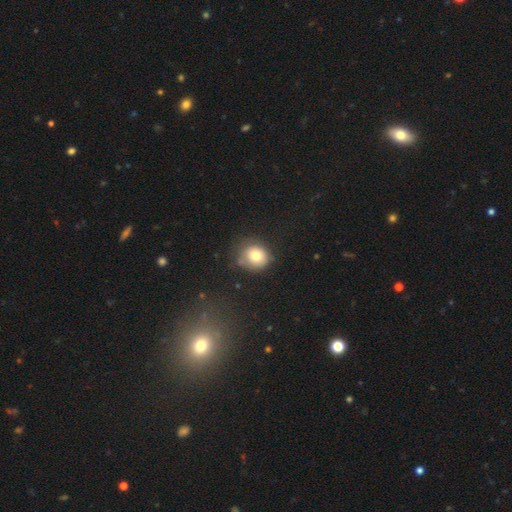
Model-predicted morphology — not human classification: Overall: smooth (79%). How rounded: round (80%). Merging: none (64%).